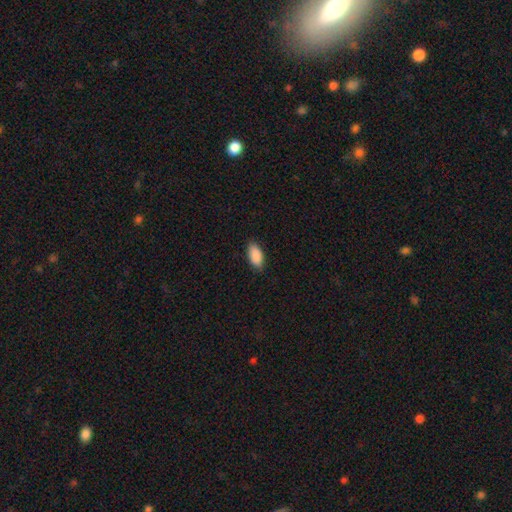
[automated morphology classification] A smooth galaxy with no disk features (89%) that is in between round and cigar-shaped (91%).

Vote fractions:
- Smooth or featured? smooth: 89% / star or artifact: 6% / featured or disk: 4%
- How rounded? in between: 91% / cigar-shaped: 7% / round: 2%
- Merging? none: 84% / minor disturbance: 13% / major disturbance: 2% / merger: 1%